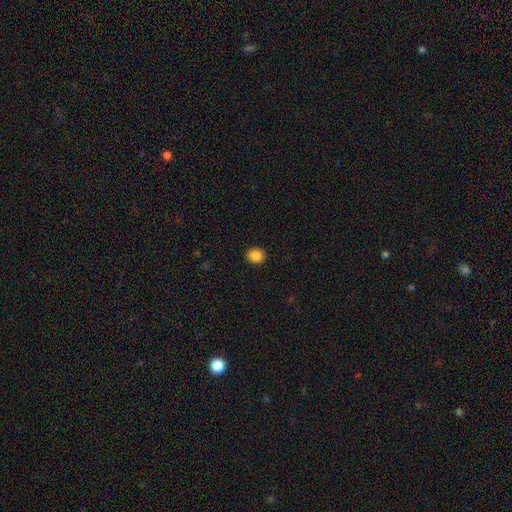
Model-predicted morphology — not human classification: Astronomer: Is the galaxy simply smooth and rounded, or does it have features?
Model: smooth — 86%.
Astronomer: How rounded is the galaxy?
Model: round — 79%.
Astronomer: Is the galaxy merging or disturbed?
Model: none — 93%.